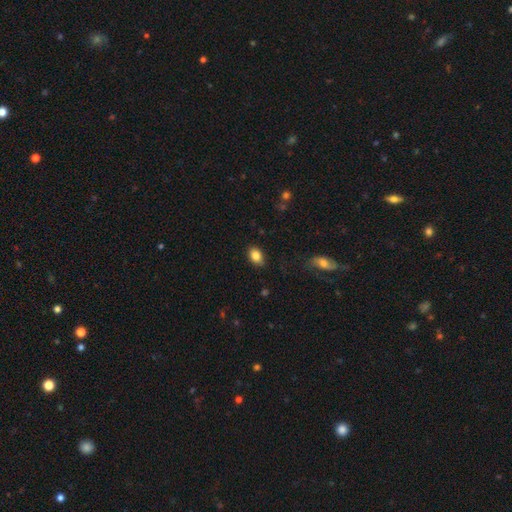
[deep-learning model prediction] Smooth or featured? Predicted: smooth (p=0.85). How rounded? Predicted: in between (p=0.82). Merging? Predicted: none (p=0.83).